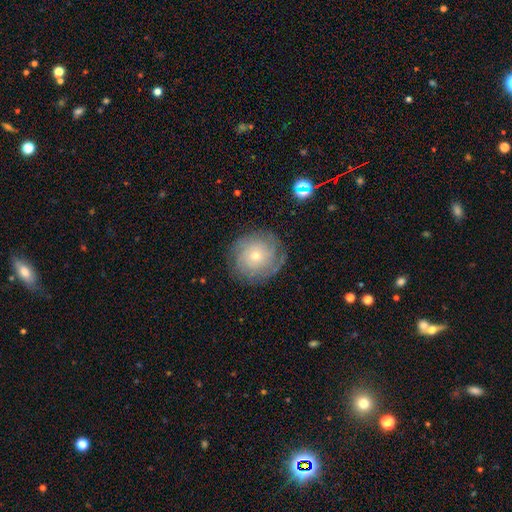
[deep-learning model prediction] Q: Smooth or featured?
A: featured or disk (60%); runner-up: smooth (30%)
Q: Edge-on disk?
A: no (97%); runner-up: yes (3%)
Q: Bar?
A: no (83%); runner-up: weak (14%)
Q: Spiral arms?
A: yes (85%); runner-up: no (15%)
Q: Bulge size?
A: small (60%); runner-up: moderate (35%)
Q: Merging?
A: none (80%); runner-up: minor disturbance (13%)